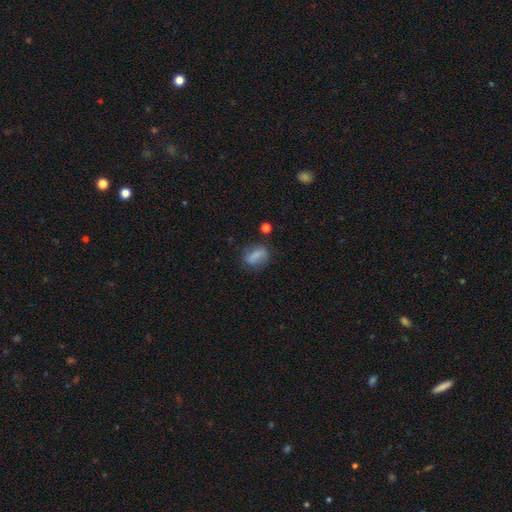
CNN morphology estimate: This is likely a smooth galaxy (75%). How rounded: likely in between (71%). Merging: likely none (68%).